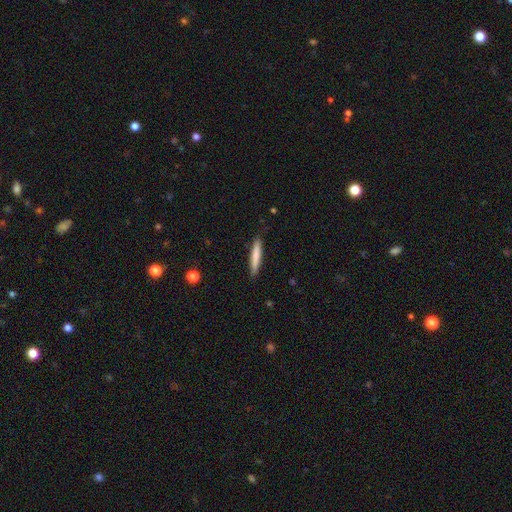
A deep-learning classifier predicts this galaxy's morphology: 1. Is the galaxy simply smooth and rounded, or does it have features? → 77% smooth, 17% featured or disk, 6% star or artifact.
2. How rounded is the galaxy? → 93% cigar-shaped, 6% in between, 1% round.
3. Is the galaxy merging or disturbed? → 88% none, 9% minor disturbance, 2% major disturbance, 1% merger.